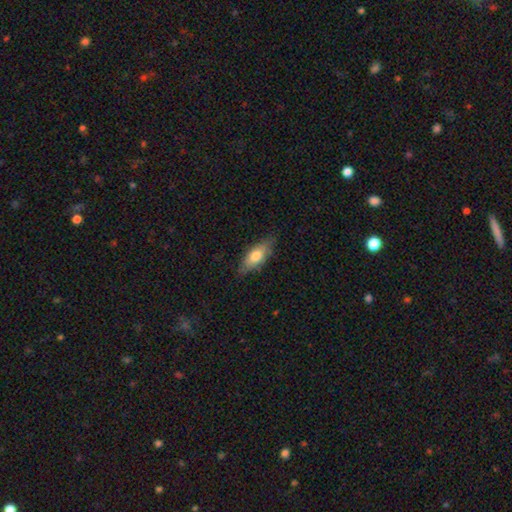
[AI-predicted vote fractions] A smooth galaxy with no disk features (69%) that is in between round and cigar-shaped (73%). Merging: none (77%).